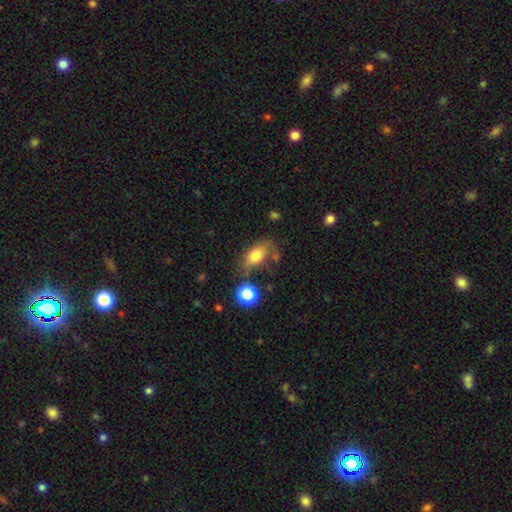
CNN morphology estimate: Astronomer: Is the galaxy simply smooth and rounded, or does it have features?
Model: smooth — 75%.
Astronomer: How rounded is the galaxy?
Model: in between — 86%.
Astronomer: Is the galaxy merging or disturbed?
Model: none — 54%.